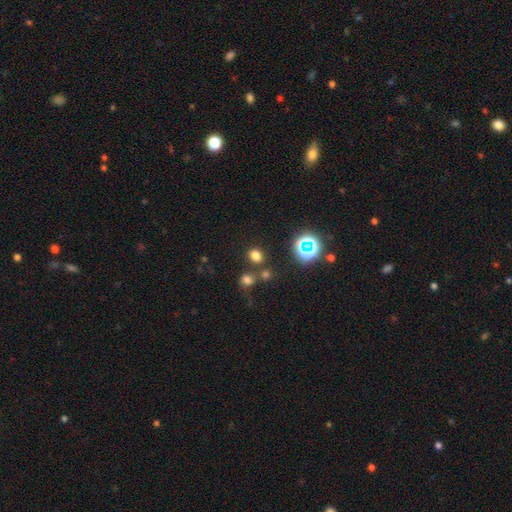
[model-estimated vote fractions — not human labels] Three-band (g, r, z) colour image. It shows a smooth galaxy with no disk features (70%) that is round (64%). Merging: none (75%).